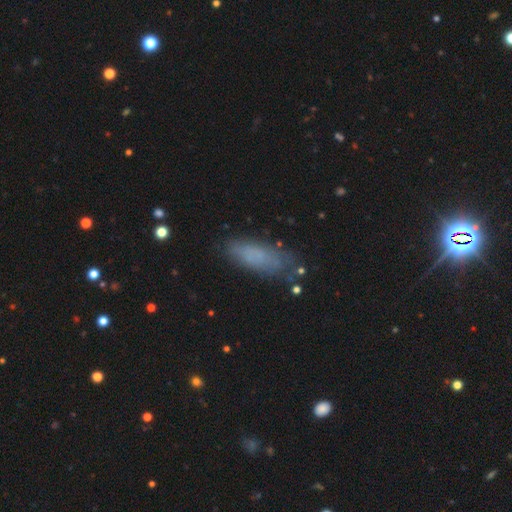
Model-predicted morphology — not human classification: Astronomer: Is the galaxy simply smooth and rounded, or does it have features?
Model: smooth — 74%.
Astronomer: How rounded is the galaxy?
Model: in between — 68%.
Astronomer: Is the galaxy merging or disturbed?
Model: none — 74%.